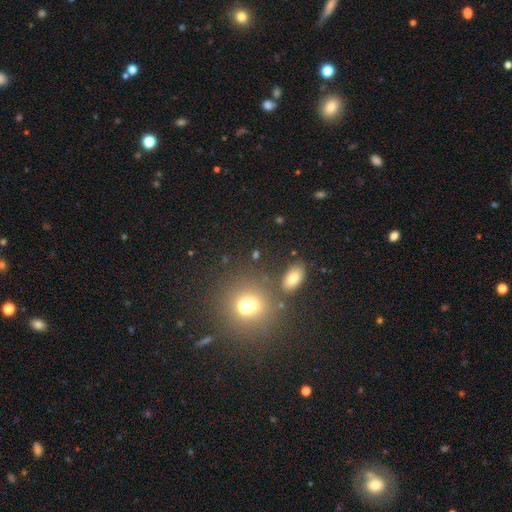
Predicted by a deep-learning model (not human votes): smooth-or-featured: smooth: 58% | star or artifact: 30% | featured or disk: 12%
  how-rounded: round: 49% | in between: 47% | cigar-shaped: 5%
  merging: none: 71% | merger: 14% | minor disturbance: 10% | major disturbance: 5%